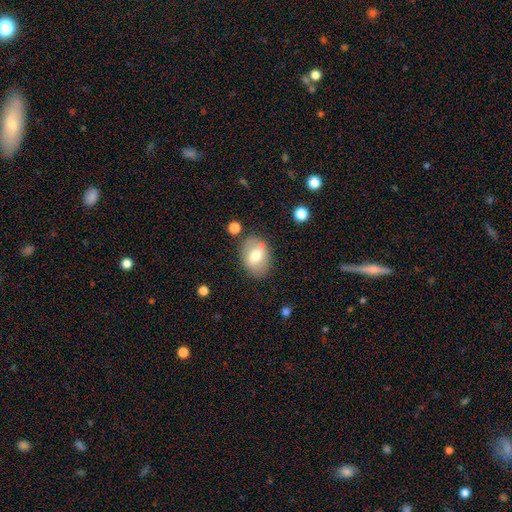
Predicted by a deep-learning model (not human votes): smooth_or_featured: smooth (p=0.64) [alt: featured or disk p=0.28]
how_rounded: in between (p=0.75) [alt: round p=0.23]
merging: none (p=0.77) [alt: minor disturbance p=0.14]